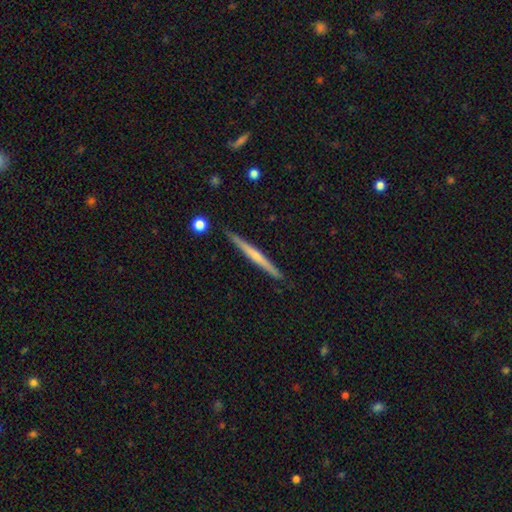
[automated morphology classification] Smooth or featured? featured or disk (55%)
Edge-on disk? yes (98%)
Edge-on bulge? none (65%)
Merging? none (90%)